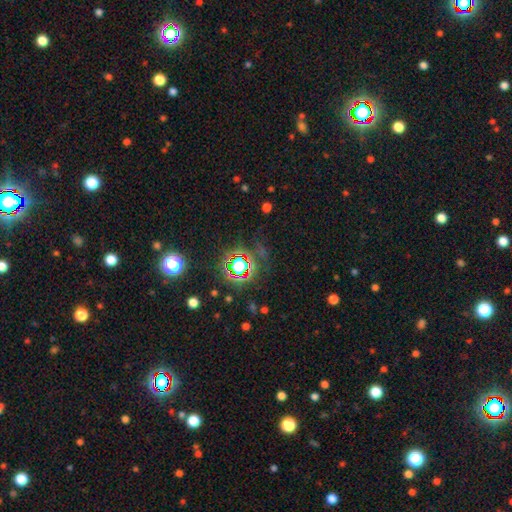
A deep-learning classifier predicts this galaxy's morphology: Smooth or featured? Predicted: star or artifact (p=0.78).